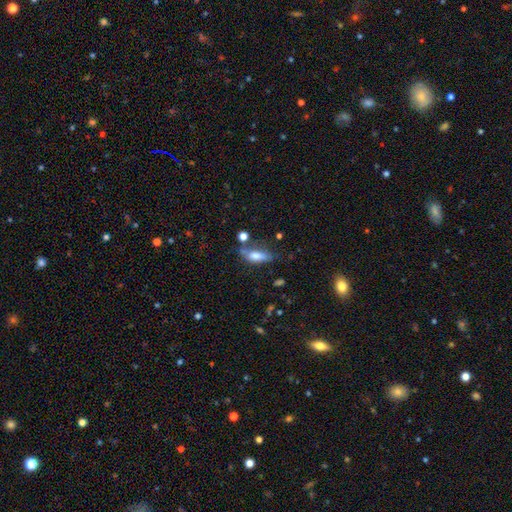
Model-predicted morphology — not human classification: Overall: smooth (71%). How rounded: in between (69%). Merging: none (47%; minor disturbance 26%).